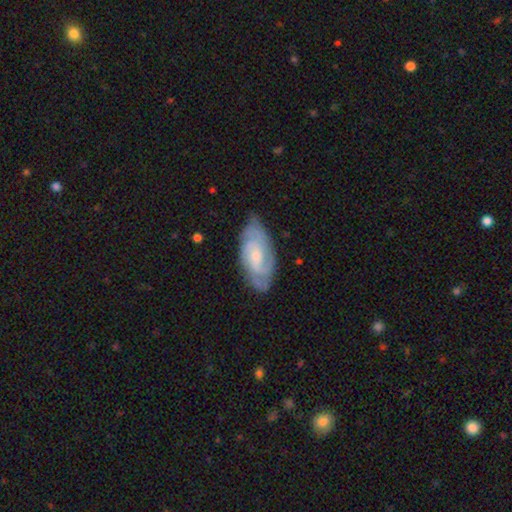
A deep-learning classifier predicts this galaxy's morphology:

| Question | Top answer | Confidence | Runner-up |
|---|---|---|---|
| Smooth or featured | featured or disk | 79% | smooth (16%) |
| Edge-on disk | no | 94% | yes (6%) |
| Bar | no | 53% | weak (40%) |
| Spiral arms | yes | 95% | no (5%) |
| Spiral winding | tight | 57% | medium (35%) |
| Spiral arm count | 2 | 36% | can't tell (27%) |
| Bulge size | small | 52% | moderate (38%) |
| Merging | none | 73% | minor disturbance (21%) |